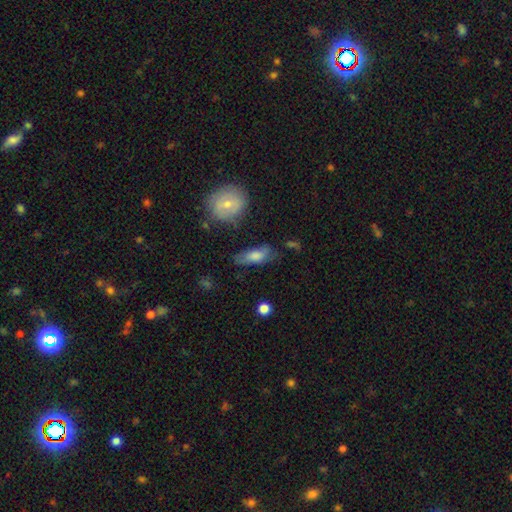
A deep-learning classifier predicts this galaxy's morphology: Q: Smooth or featured?
A: smooth (66%); runner-up: featured or disk (27%)
Q: How rounded?
A: in between (71%); runner-up: cigar-shaped (24%)
Q: Merging?
A: none (57%); runner-up: minor disturbance (26%)